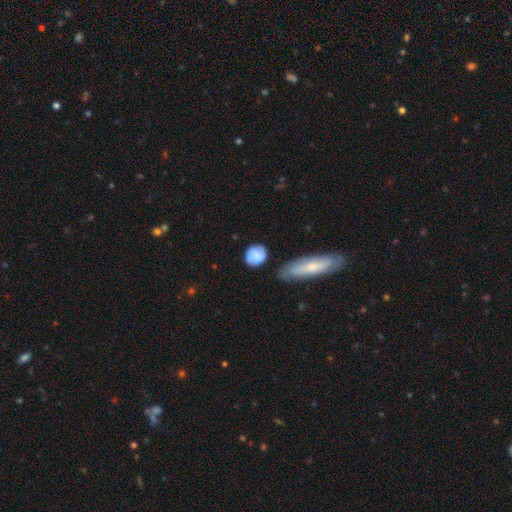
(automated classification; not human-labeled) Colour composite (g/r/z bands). It shows a smooth galaxy with no disk features (75%) that is round (67%). Merging: none (65%).